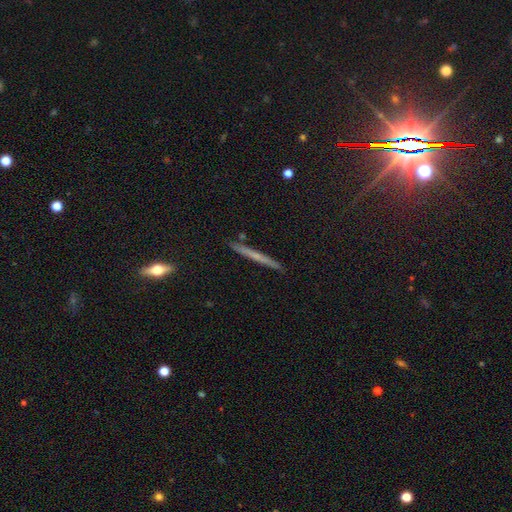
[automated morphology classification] A featured or disk galaxy (47%).

Vote fractions:
- Smooth or featured? featured or disk: 47% / smooth: 44% / star or artifact: 9%
- Merging? none: 89% / minor disturbance: 8% / merger: 1% / major disturbance: 1%